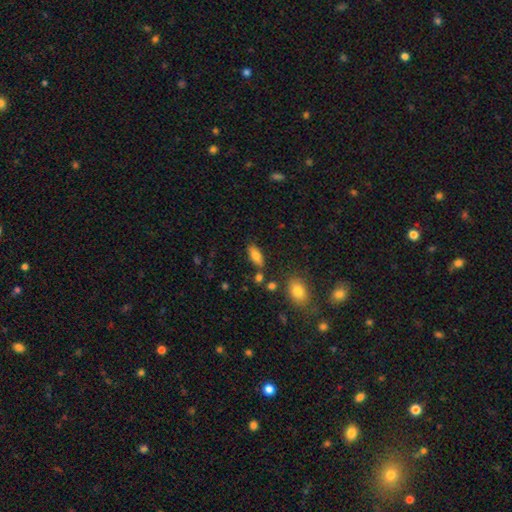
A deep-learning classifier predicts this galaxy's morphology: Q: Smooth or featured?
A: smooth (80%); runner-up: featured or disk (12%)
Q: How rounded?
A: in between (85%); runner-up: cigar-shaped (12%)
Q: Merging?
A: none (76%); runner-up: minor disturbance (14%)